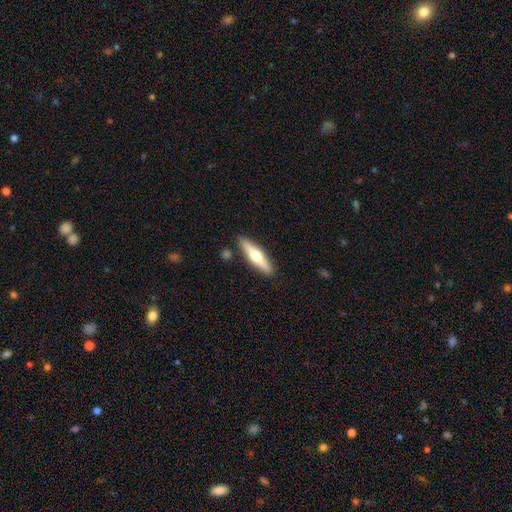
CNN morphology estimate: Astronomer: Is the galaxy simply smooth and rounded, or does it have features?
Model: featured or disk — 48% (runner-up: smooth, 47%).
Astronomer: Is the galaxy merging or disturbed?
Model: none — 87%.